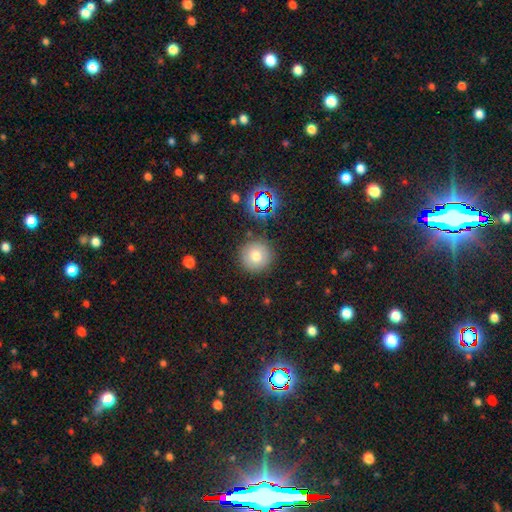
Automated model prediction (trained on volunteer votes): Overall: smooth (74%). How rounded: round (95%). Merging: none (87%).